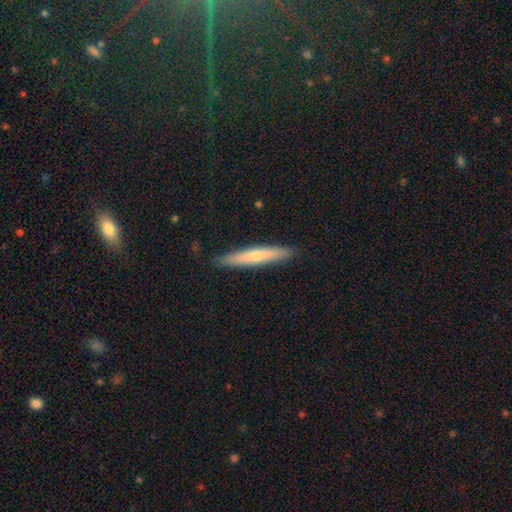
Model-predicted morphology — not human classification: Smooth or featured? smooth (60%)
How rounded? cigar-shaped (93%)
Merging? none (89%)